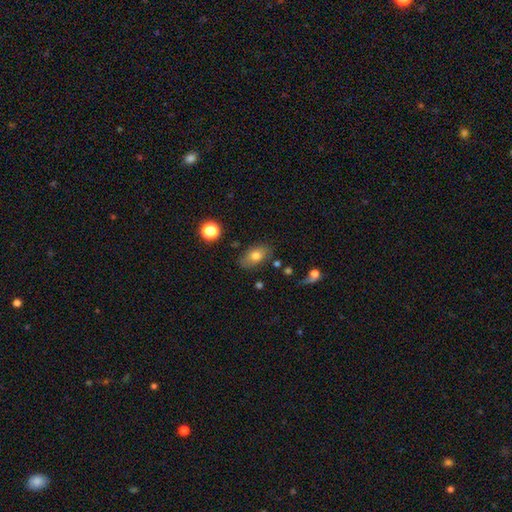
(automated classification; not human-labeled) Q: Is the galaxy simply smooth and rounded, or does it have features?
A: smooth — 75%.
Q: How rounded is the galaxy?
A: in between — 89%.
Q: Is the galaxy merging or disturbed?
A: none — 79%.